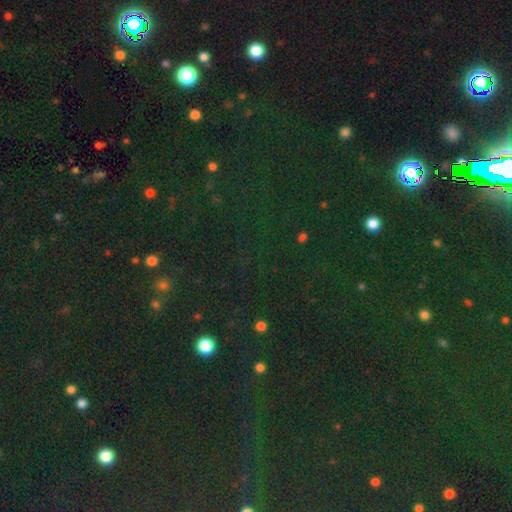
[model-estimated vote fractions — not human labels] Smooth or featured? star or artifact (76%)